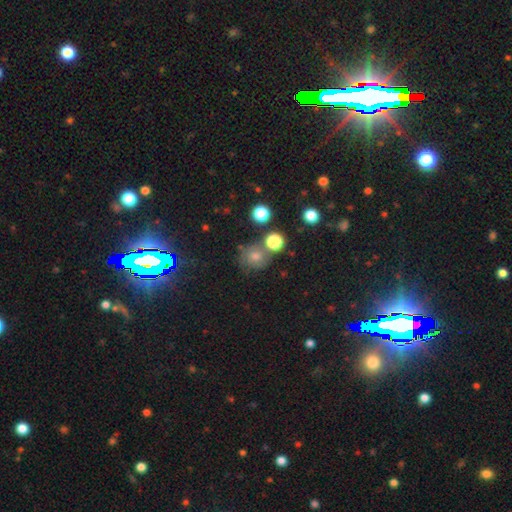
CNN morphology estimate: Overall: smooth (45%; star or artifact 41%). Merging: none (72%).